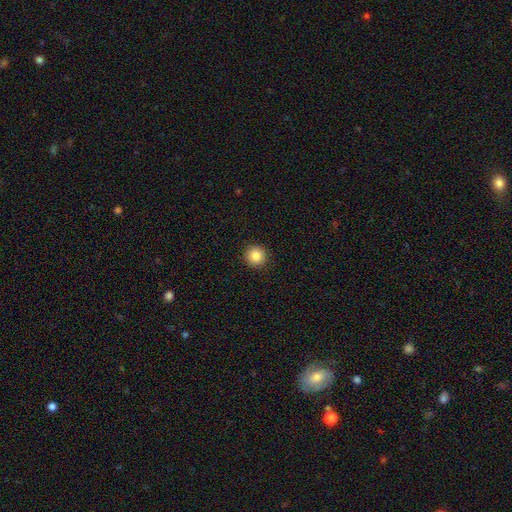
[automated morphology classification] smooth_or_featured: smooth (p=0.86) [alt: star or artifact p=0.10]
how_rounded: round (p=0.95) [alt: in between p=0.04]
merging: none (p=0.93) [alt: minor disturbance p=0.05]